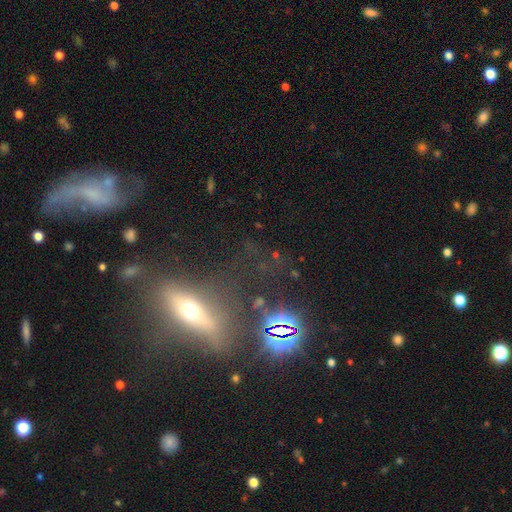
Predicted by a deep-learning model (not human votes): Smooth or featured? featured or disk (40%)
Merging? none (58%)